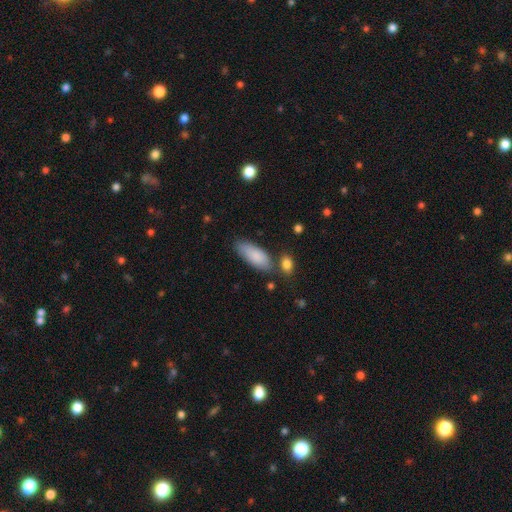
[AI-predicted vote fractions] Smooth or featured?
  - smooth: 85% *
  - featured or disk: 9%
  - star or artifact: 6%
How rounded?
  - in between: 80% *
  - cigar-shaped: 18%
  - round: 2%
Merging?
  - none: 68% *
  - minor disturbance: 19%
  - merger: 8%
  - major disturbance: 4%